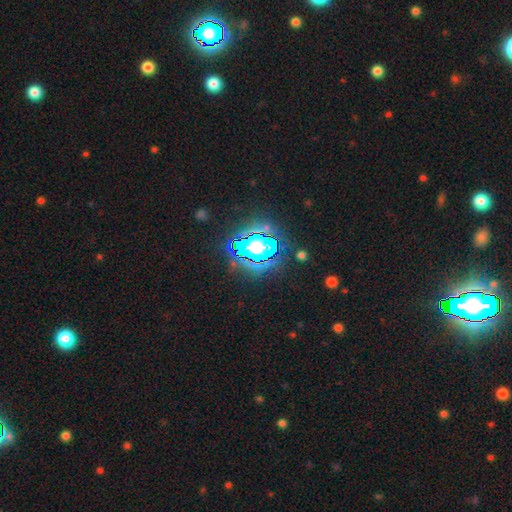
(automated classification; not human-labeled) Overall: star or artifact (61%; smooth 24%).